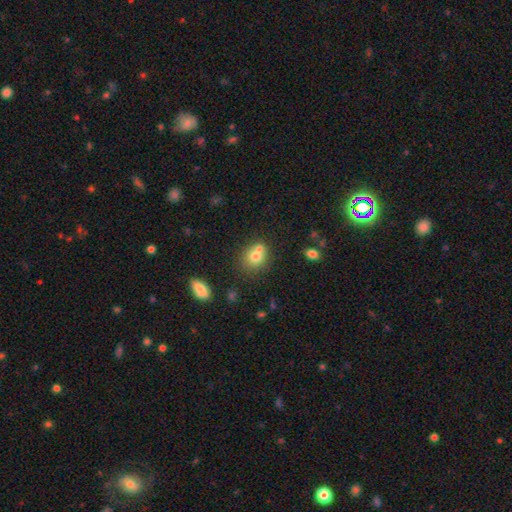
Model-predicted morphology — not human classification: The model was most divided on "merging": merger: 44%, none: 43%, minor disturbance: 10%, major disturbance: 3%. More confident: how rounded — round (73%); smooth or featured — smooth (72%).